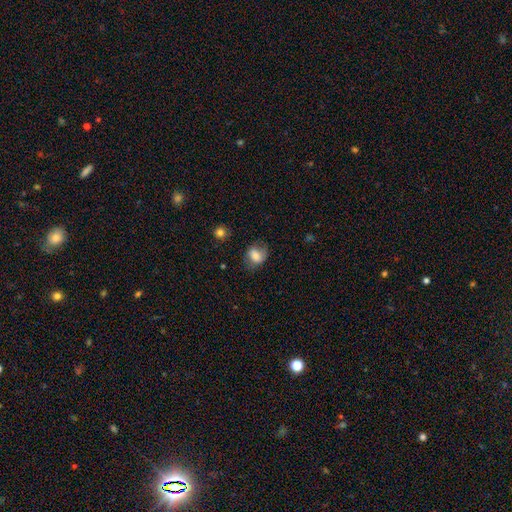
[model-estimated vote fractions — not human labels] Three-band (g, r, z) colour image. It shows a smooth galaxy with no disk features (70%) that is in between round and cigar-shaped (54%). Merging: none (66%).